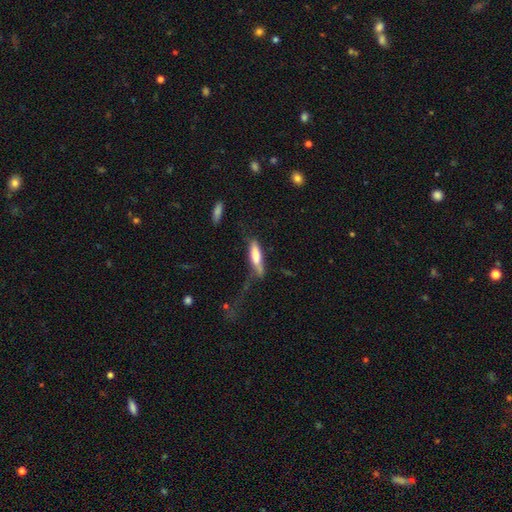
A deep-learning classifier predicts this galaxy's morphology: Smooth or featured? smooth (68%)
How rounded? cigar-shaped (68%)
Merging? major disturbance (35%)